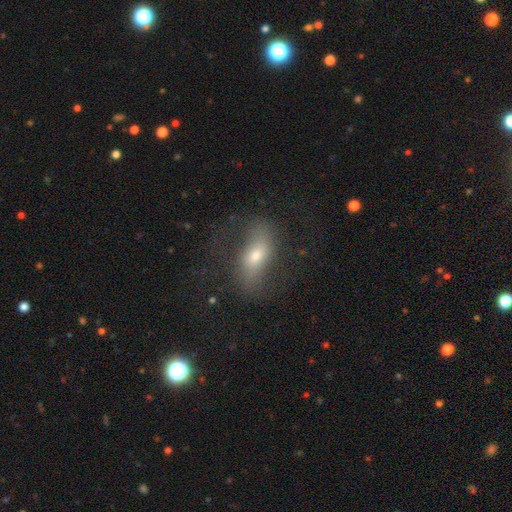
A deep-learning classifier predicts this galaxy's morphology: smooth 47%, featured or disk 43%, star or artifact 10%. Down the decision tree: merging — none (60%).